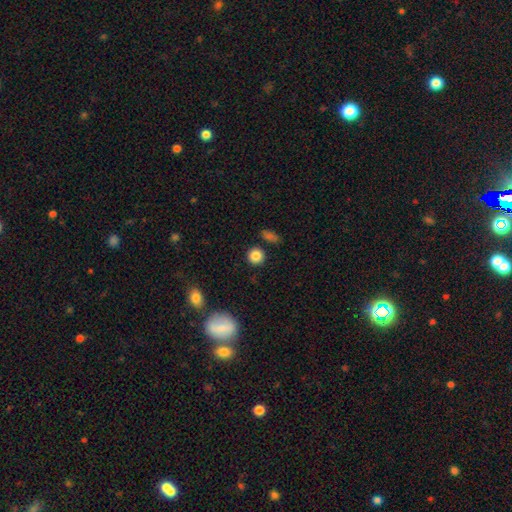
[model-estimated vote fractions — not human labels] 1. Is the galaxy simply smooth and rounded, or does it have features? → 85% smooth, 10% star or artifact, 6% featured or disk.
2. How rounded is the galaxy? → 90% round, 9% in between, 1% cigar-shaped.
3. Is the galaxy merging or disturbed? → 86% none, 7% minor disturbance, 4% merger, 2% major disturbance.